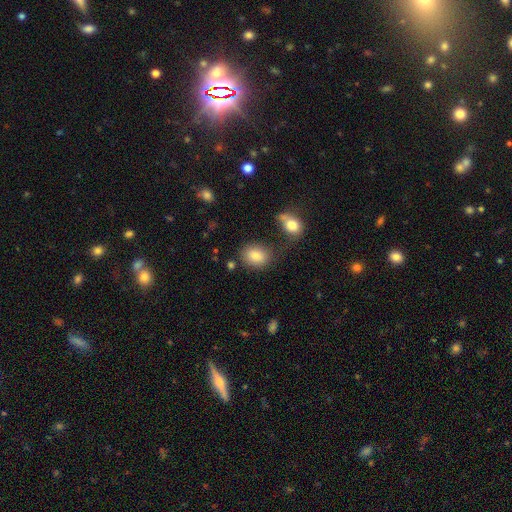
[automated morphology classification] Smooth or featured? Predicted: smooth (p=0.84). How rounded? Predicted: in between (p=0.63). Merging? Predicted: none (p=0.67).